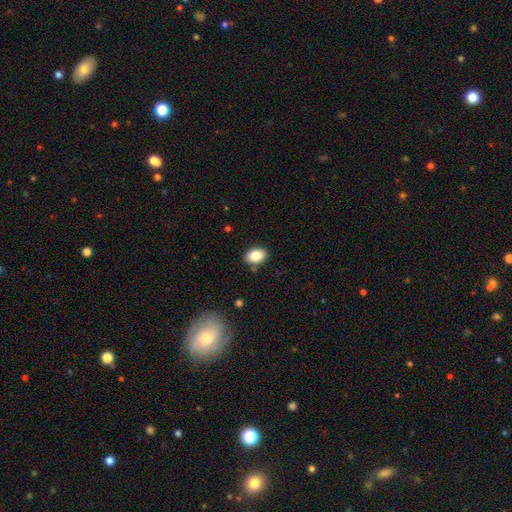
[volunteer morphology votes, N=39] A smooth galaxy with no disk features (82%) that is in between round and cigar-shaped (81%).

Vote fractions:
- Smooth or featured? smooth: 82% / featured or disk: 13% / star or artifact: 5%
- How rounded? in between: 81% / round: 19% / cigar-shaped: 0%
- Merging? none: 78% / minor disturbance: 22% / major disturbance: 0% / merger: 0%